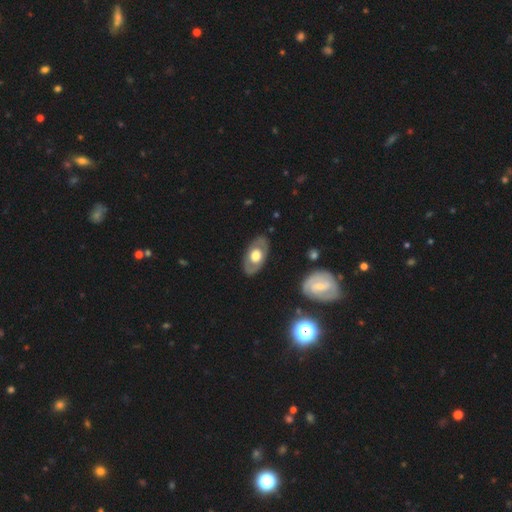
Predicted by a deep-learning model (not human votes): featured or disk 53%, smooth 42%, star or artifact 5%. Down the decision tree: edge-on disk — no (87%); merging — none (82%).